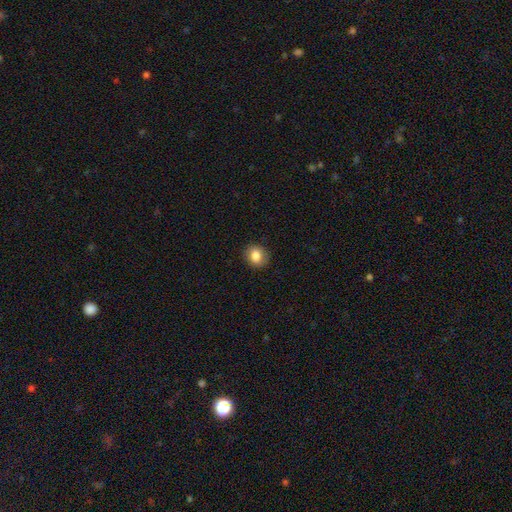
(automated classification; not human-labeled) smooth 84%, star or artifact 9%, featured or disk 7%. Down the decision tree: how rounded — round (68%); merging — none (88%).